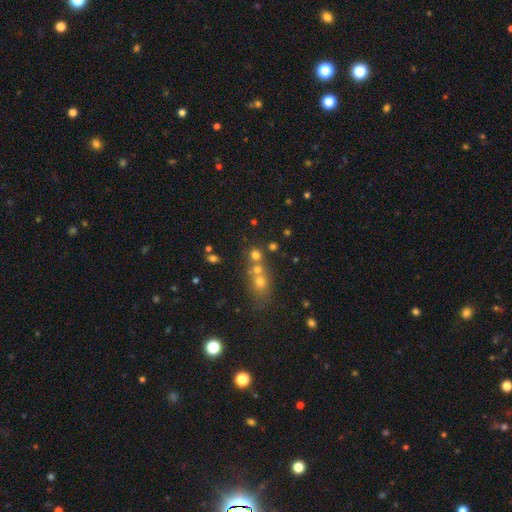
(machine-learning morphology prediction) This appears to be a smooth galaxy with no disk features (55%) that is round (76%). Merging: merger (47%).